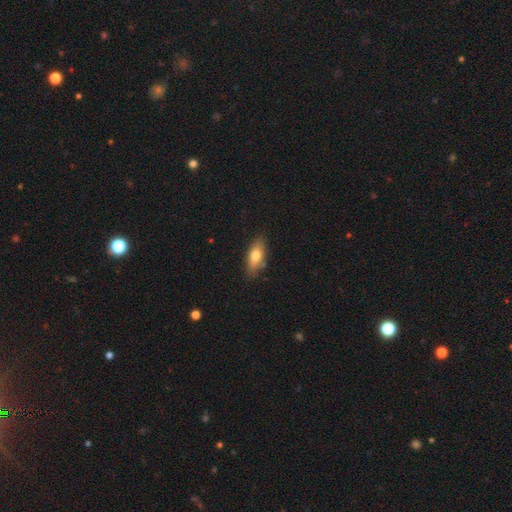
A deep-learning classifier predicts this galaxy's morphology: Q: Smooth or featured?
A: smooth (74%); runner-up: featured or disk (19%)
Q: How rounded?
A: in between (78%); runner-up: cigar-shaped (19%)
Q: Merging?
A: none (79%); runner-up: minor disturbance (16%)